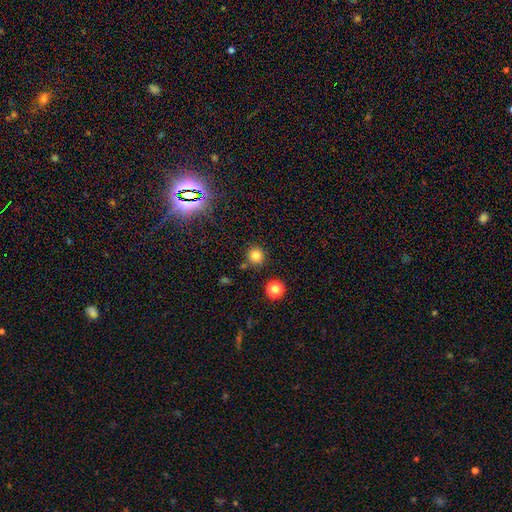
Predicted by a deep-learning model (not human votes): The model was most divided on "smooth or featured": smooth: 79%, star or artifact: 15%, featured or disk: 6%. More confident: how rounded — round (93%); merging — none (82%).